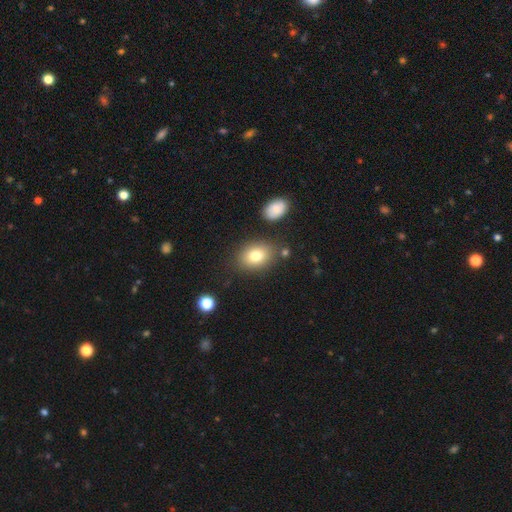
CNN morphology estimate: Q: Smooth or featured?
A: smooth (79%); runner-up: featured or disk (11%)
Q: How rounded?
A: in between (70%); runner-up: round (28%)
Q: Merging?
A: none (79%); runner-up: minor disturbance (12%)